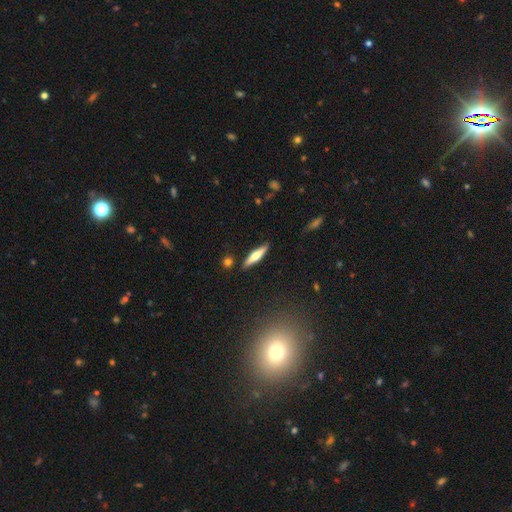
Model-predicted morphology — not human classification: smooth-or-featured: smooth: 48% | featured or disk: 46% | star or artifact: 6%
  merging: none: 87% | minor disturbance: 9% | merger: 3% | major disturbance: 2%